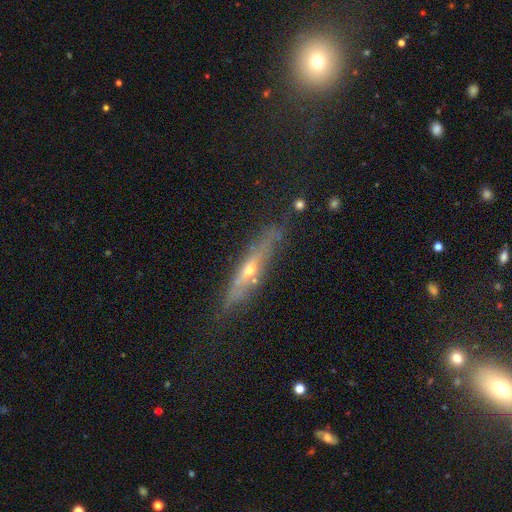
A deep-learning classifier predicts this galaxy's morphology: smooth_or_featured: featured or disk (p=0.67) [alt: smooth p=0.22]
disk_edge_on: yes (p=0.86) [alt: no p=0.14]
edge_on_bulge: rounded (p=0.83) [alt: none p=0.14]
merging: none (p=0.75) [alt: minor disturbance p=0.18]